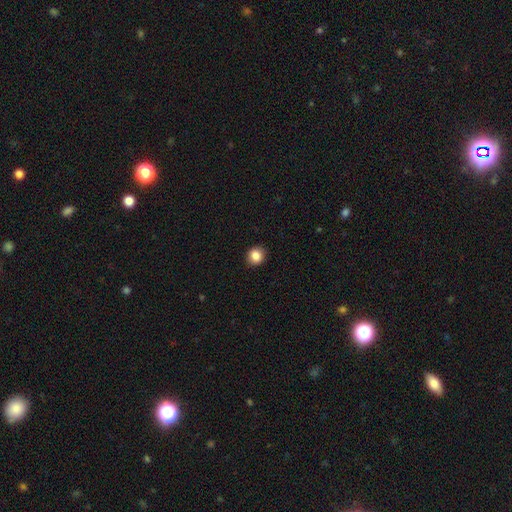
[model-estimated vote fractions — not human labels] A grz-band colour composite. It shows a smooth galaxy with no disk features (85%) that is round (83%). Merging: none (92%).